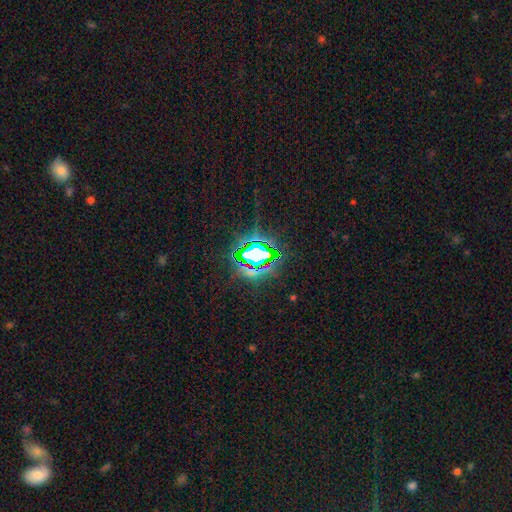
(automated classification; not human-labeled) Smooth or featured? star or artifact (74%)